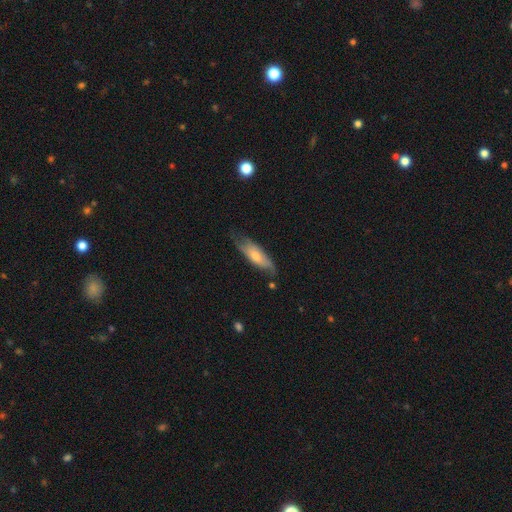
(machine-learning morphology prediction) Smooth or featured: smooth — 51% (featured or disk — 43%)
How rounded: in between — 54% (cigar-shaped — 44%)
Merging: none — 57% (minor disturbance — 30%)